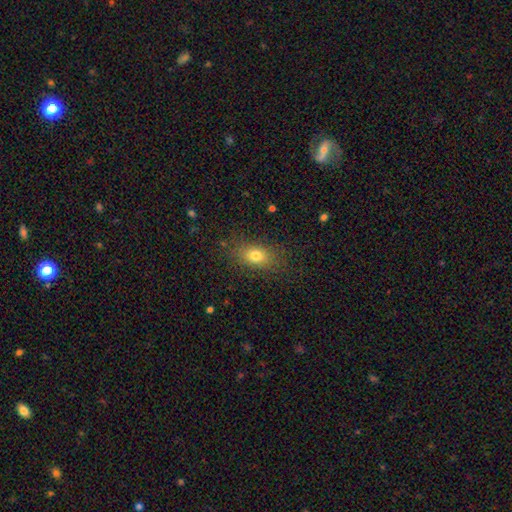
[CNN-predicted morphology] Smooth or featured?
  - smooth: 77% *
  - star or artifact: 12%
  - featured or disk: 11%
How rounded?
  - in between: 77% *
  - round: 20%
  - cigar-shaped: 3%
Merging?
  - none: 83% *
  - minor disturbance: 11%
  - major disturbance: 5%
  - merger: 1%